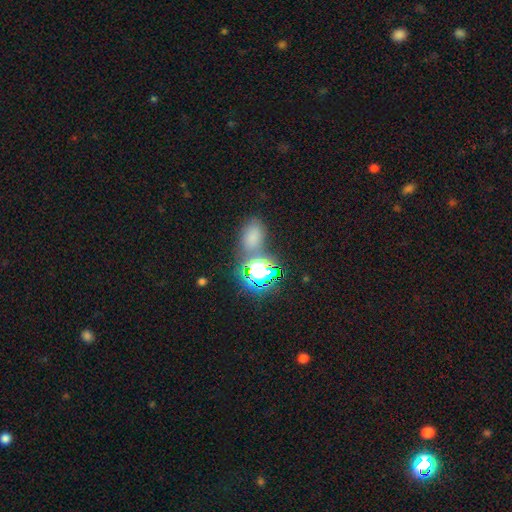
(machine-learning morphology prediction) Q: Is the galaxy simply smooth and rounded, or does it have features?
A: star or artifact — 65%.